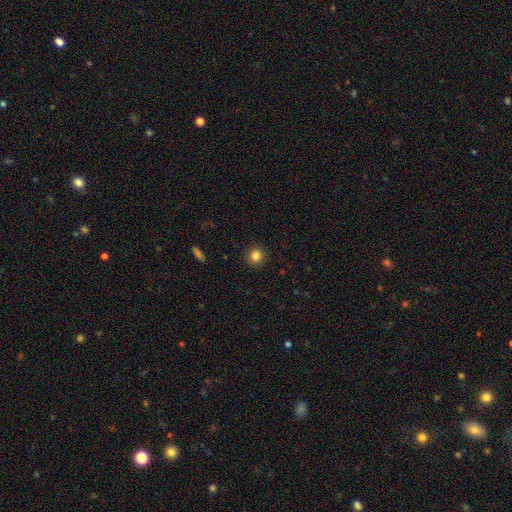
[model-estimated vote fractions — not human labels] Smooth or featured: smooth — 84% (star or artifact — 11%)
How rounded: round — 89% (in between — 10%)
Merging: none — 91% (minor disturbance — 6%)